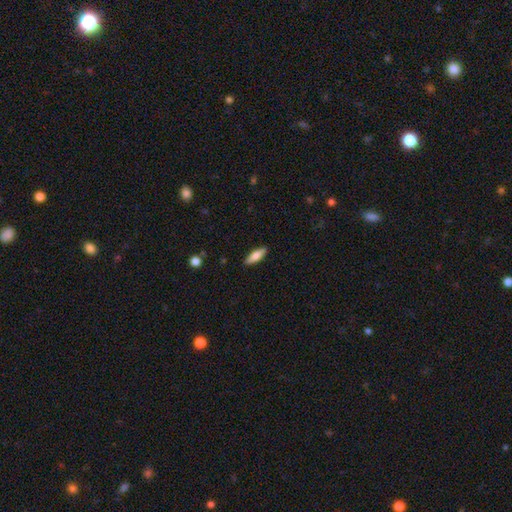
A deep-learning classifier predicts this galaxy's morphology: This is likely a smooth galaxy (70%). How rounded: possibly in between (51%). Merging: clearly none (89%).